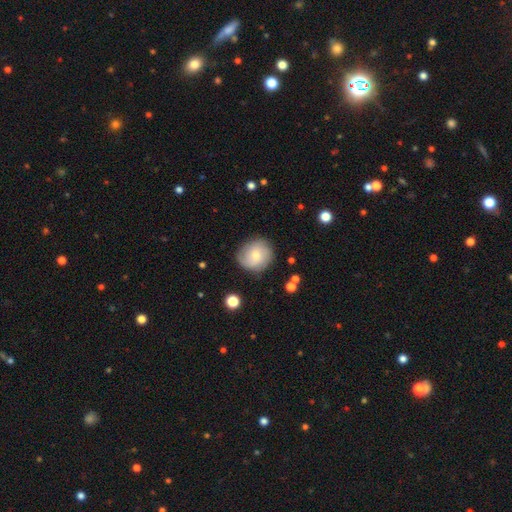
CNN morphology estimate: Q: Smooth or featured?
A: smooth (59%); runner-up: featured or disk (33%)
Q: How rounded?
A: round (81%); runner-up: in between (18%)
Q: Merging?
A: none (79%); runner-up: minor disturbance (15%)